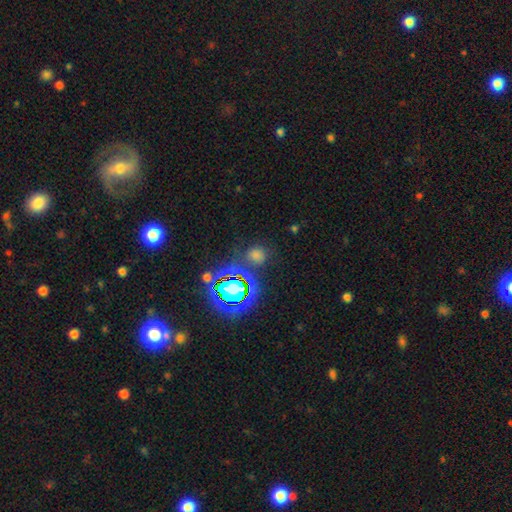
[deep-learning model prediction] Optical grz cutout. It shows a smooth galaxy with no disk features (49%). Merging: none (76%).